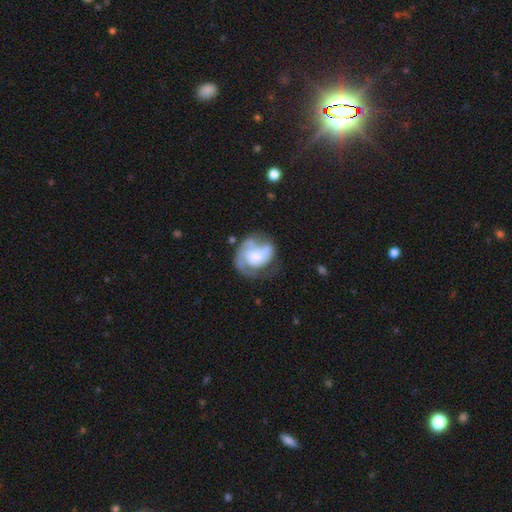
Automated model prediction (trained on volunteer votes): smooth-or-featured: featured or disk: 66% | smooth: 27% | star or artifact: 7%
  disk-edge-on: no: 98% | yes: 2%
    bar: no: 73% | weak: 22% | strong: 5%
    has-spiral-arms: yes: 76% | no: 24%
    bulge-size: moderate: 32% | small: 30% | large: 19% | none: 15% | dominant: 4%
  merging: none: 42% | major disturbance: 27% | minor disturbance: 24% | merger: 7%